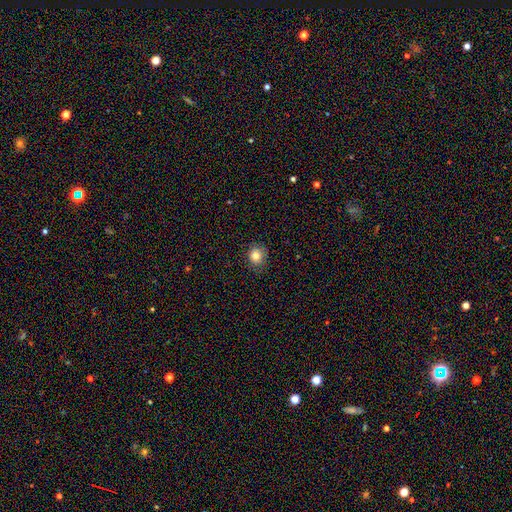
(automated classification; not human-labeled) Smooth or featured: smooth — 82% (star or artifact — 11%)
How rounded: round — 81% (in between — 18%)
Merging: none — 85% (minor disturbance — 11%)